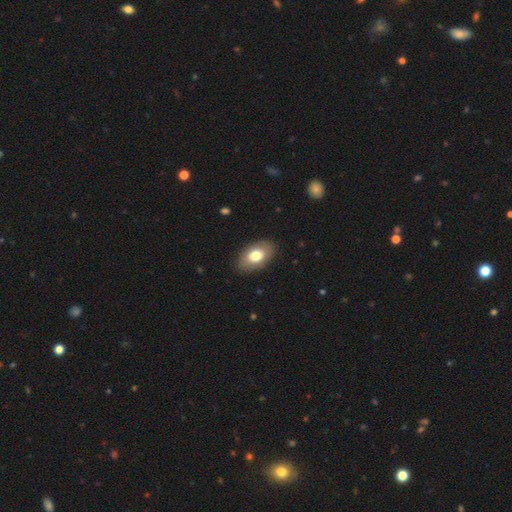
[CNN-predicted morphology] Smooth or featured: smooth — 75% (featured or disk — 18%)
How rounded: in between — 91% (round — 7%)
Merging: none — 87% (minor disturbance — 9%)